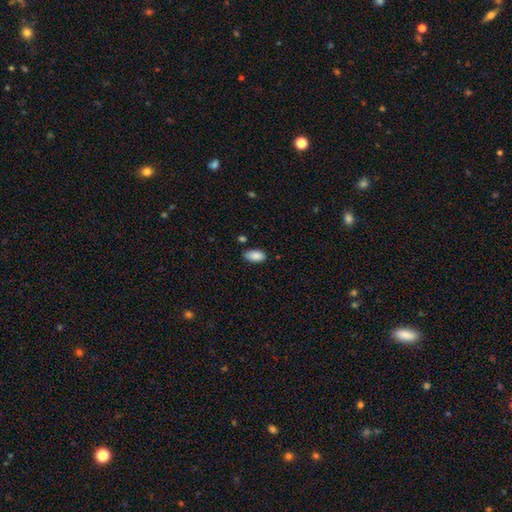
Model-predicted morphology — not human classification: A smooth galaxy with no disk features (88%) that is in between round and cigar-shaped (93%). Merging: none (80%).